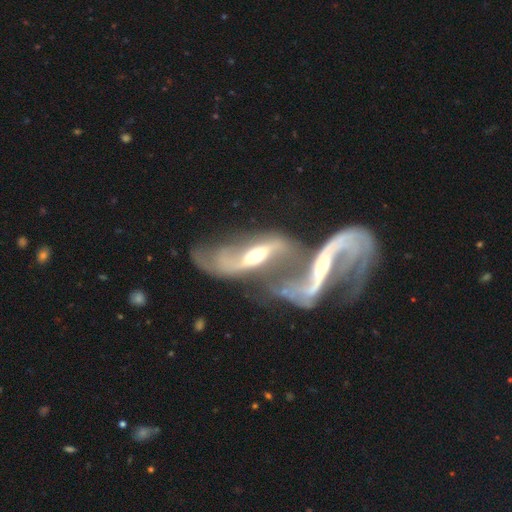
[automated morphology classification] Smooth or featured?
  - featured or disk: 83% *
  - smooth: 11%
  - star or artifact: 6%
Edge-on disk?
  - no: 84% *
  - yes: 16%
Bar?
  - strong: 35% *
  - weak: 33%
  - no: 32%
Spiral arms?
  - yes: 82% *
  - no: 18%
Spiral winding?
  - loose: 80% *
  - medium: 14%
  - tight: 5%
Spiral arm count?
  - 2: 82% *
  - can't tell: 8%
  - 1: 7%
  - 3: 2%
  - 4: 1%
  - more than 4: 1%
Bulge size?
  - moderate: 58% *
  - small: 26%
  - large: 10%
  - none: 3%
  - dominant: 2%
Merging?
  - merger: 72% *
  - major disturbance: 12%
  - none: 10%
  - minor disturbance: 6%